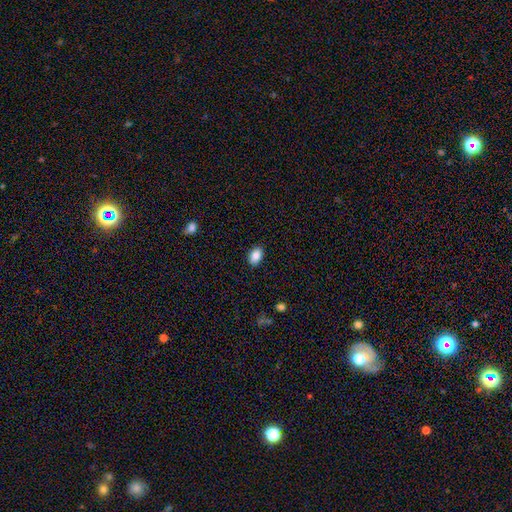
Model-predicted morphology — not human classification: Overall: smooth (88%). How rounded: in between (87%). Merging: none (88%).